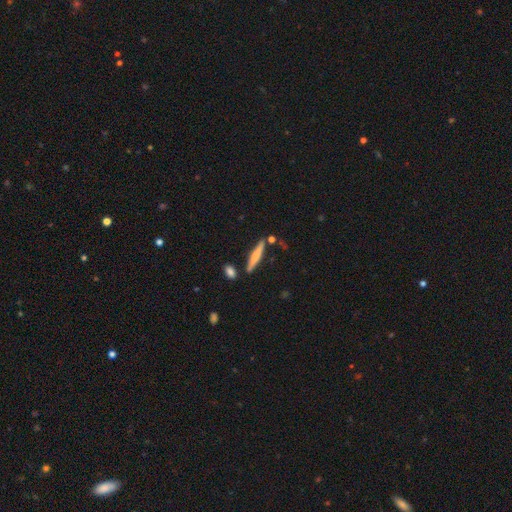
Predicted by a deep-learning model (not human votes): smooth_or_featured: smooth (p=0.58) [alt: featured or disk p=0.37]
how_rounded: cigar-shaped (p=0.92) [alt: in between p=0.07]
merging: none (p=0.81) [alt: minor disturbance p=0.10]